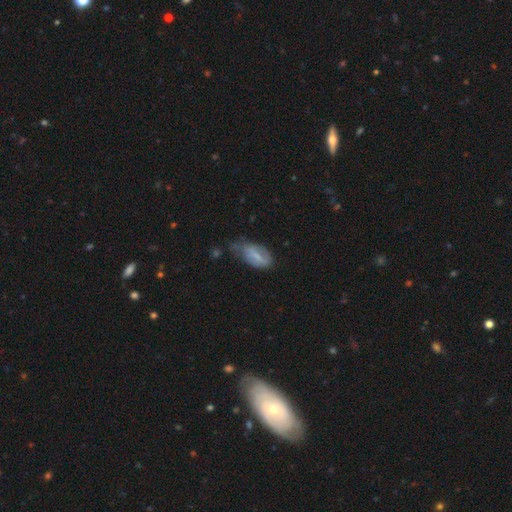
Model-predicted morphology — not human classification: A smooth galaxy with no disk features (58%) that is in between round and cigar-shaped (88%).

Vote fractions:
- Smooth or featured? smooth: 58% / featured or disk: 33% / star or artifact: 8%
- How rounded? in between: 88% / cigar-shaped: 8% / round: 4%
- Merging? minor disturbance: 42% / none: 36% / major disturbance: 18% / merger: 4%